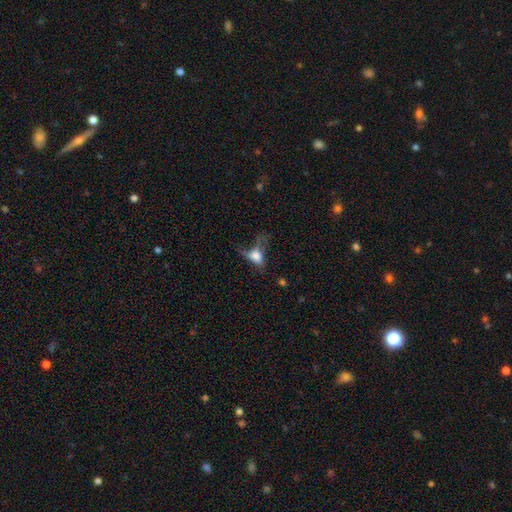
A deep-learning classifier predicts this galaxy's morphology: Smooth or featured? Predicted: smooth (p=0.58). How rounded? Predicted: in between (p=0.74). Merging? Predicted: major disturbance (p=0.50).